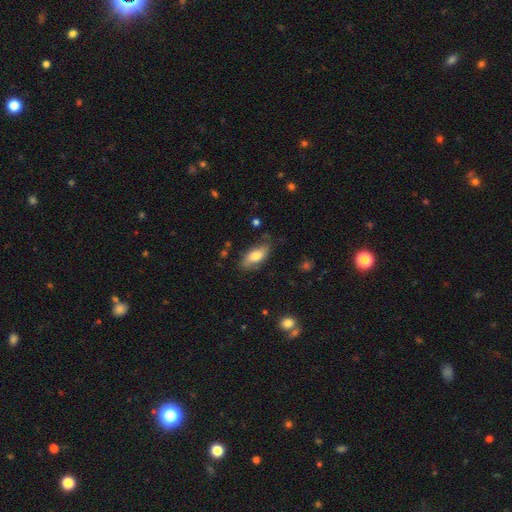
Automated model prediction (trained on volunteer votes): smooth_or_featured: smooth (p=0.72) [alt: featured or disk p=0.21]
how_rounded: in between (p=0.85) [alt: cigar-shaped p=0.12]
merging: none (p=0.74) [alt: minor disturbance p=0.20]